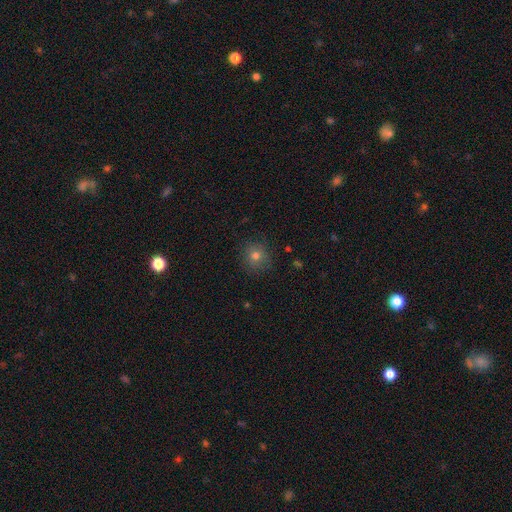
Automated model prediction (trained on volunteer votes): smooth_or_featured: smooth (p=0.75) [alt: star or artifact p=0.15]
how_rounded: round (p=0.90) [alt: in between p=0.09]
merging: none (p=0.86) [alt: minor disturbance p=0.10]